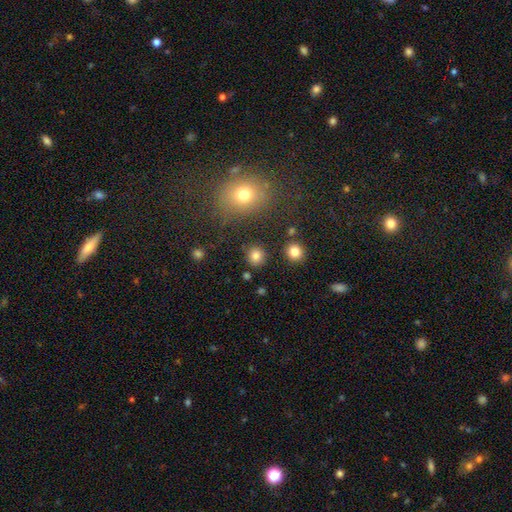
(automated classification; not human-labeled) Smooth or featured? Predicted: smooth (p=0.83). How rounded? Predicted: round (p=0.90). Merging? Predicted: none (p=0.88).